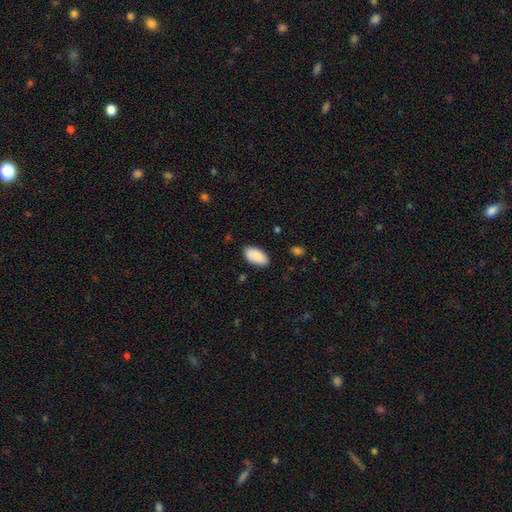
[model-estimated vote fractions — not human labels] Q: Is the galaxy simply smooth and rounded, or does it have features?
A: smooth — 89%.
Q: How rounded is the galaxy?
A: in between — 95%.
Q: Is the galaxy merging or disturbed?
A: none — 84%.